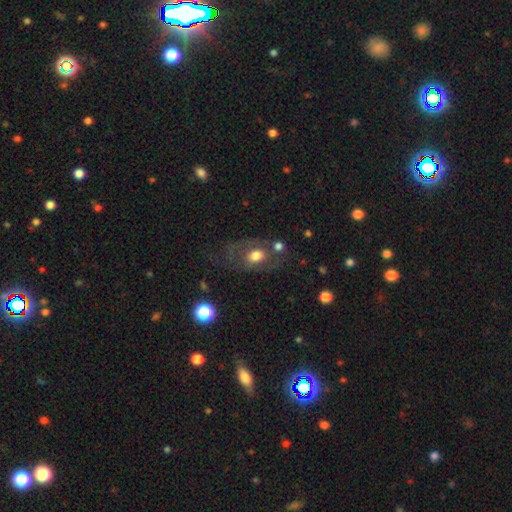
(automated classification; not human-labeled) A smooth galaxy with no disk features (46%).

Vote fractions:
- Smooth or featured? smooth: 46% / featured or disk: 44% / star or artifact: 9%
- Merging? none: 57% / minor disturbance: 20% / major disturbance: 16% / merger: 7%